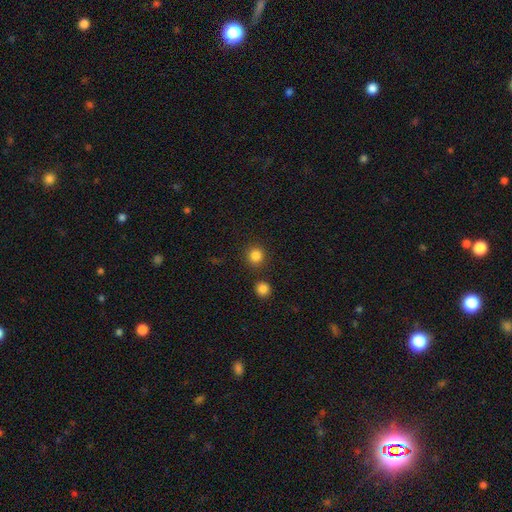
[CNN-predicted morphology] Q: Smooth or featured?
A: smooth (84%); runner-up: star or artifact (12%)
Q: How rounded?
A: round (93%); runner-up: in between (6%)
Q: Merging?
A: none (88%); runner-up: minor disturbance (6%)